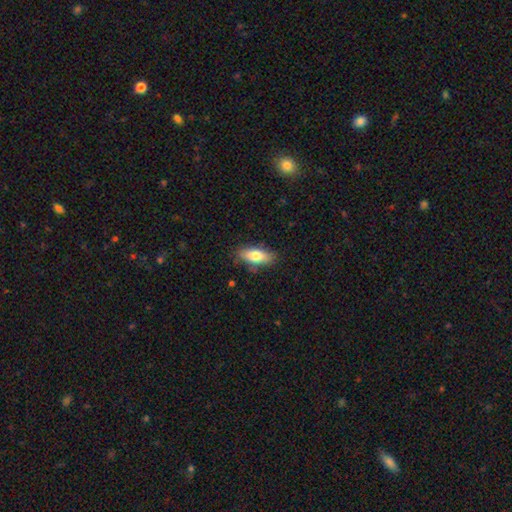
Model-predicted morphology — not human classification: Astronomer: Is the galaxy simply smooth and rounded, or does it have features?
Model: smooth — 76%.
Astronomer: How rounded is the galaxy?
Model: in between — 77%.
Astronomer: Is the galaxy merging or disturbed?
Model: none — 82%.